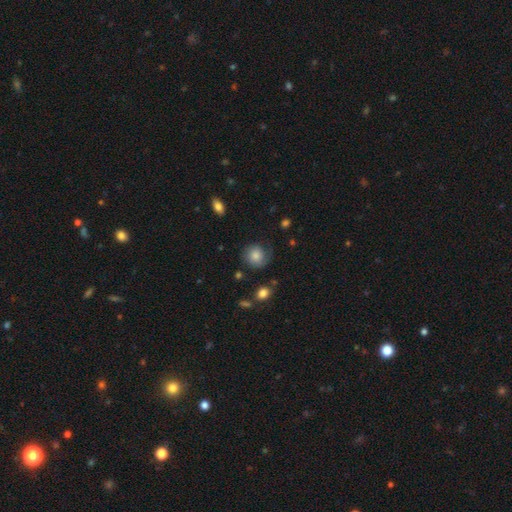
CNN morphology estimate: Smooth or featured? Predicted: smooth (p=0.68). How rounded? Predicted: round (p=0.84). Merging? Predicted: none (p=0.63).